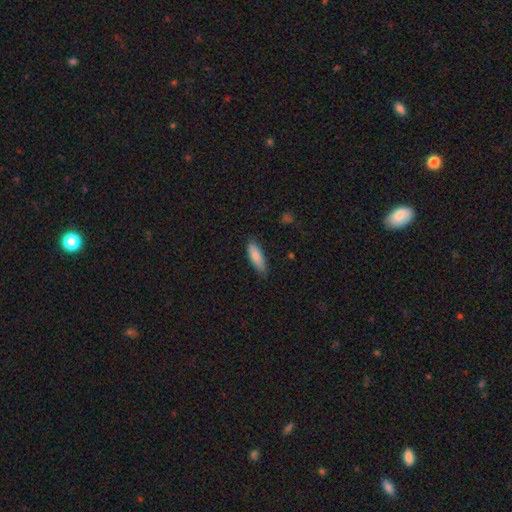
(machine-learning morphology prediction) smooth_or_featured: smooth (p=0.85) [alt: featured or disk p=0.09]
how_rounded: in between (p=0.55) [alt: cigar-shaped p=0.43]
merging: none (p=0.80) [alt: minor disturbance p=0.17]